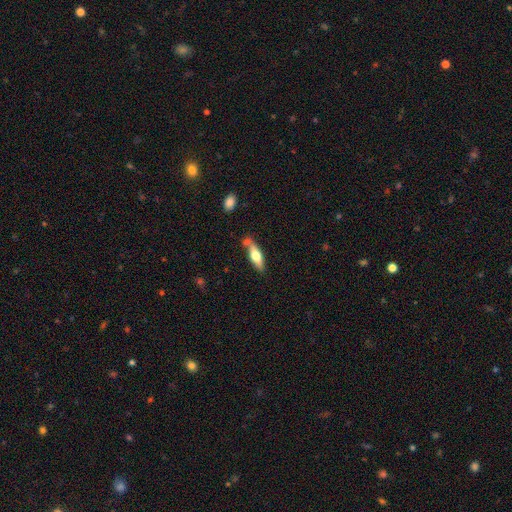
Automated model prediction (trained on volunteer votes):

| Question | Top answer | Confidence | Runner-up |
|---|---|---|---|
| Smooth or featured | smooth | 56% | featured or disk (38%) |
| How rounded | cigar-shaped | 52% | in between (46%) |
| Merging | none | 62% | minor disturbance (18%) |